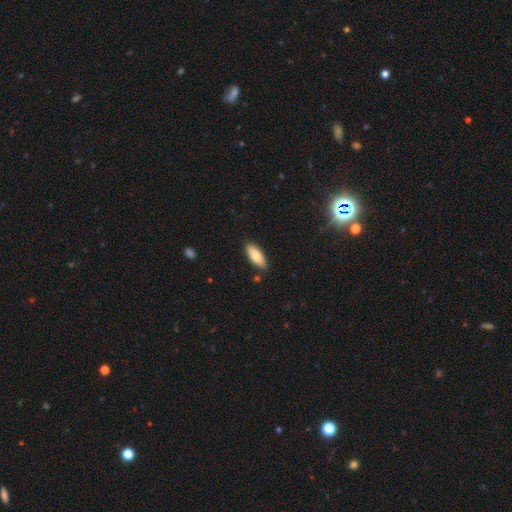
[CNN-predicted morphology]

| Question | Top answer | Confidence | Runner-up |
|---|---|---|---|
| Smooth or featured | smooth | 81% | featured or disk (13%) |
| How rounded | in between | 77% | cigar-shaped (21%) |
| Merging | none | 86% | minor disturbance (10%) |